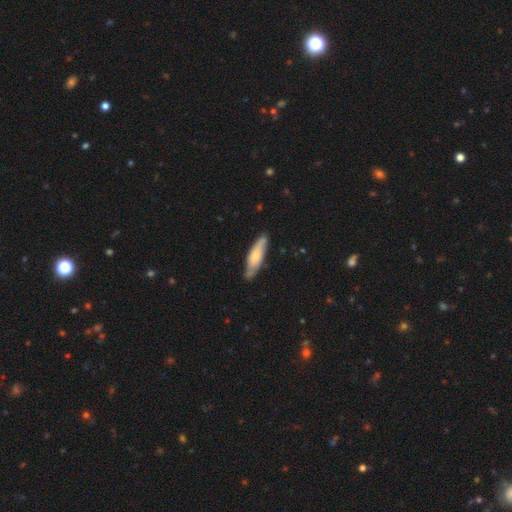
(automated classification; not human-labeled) A smooth galaxy with no disk features (54%) that is cigar-shaped (62%).

Vote fractions:
- Smooth or featured? smooth: 54% / featured or disk: 40% / star or artifact: 5%
- How rounded? cigar-shaped: 62% / in between: 36% / round: 2%
- Merging? none: 75% / minor disturbance: 20% / major disturbance: 3% / merger: 2%